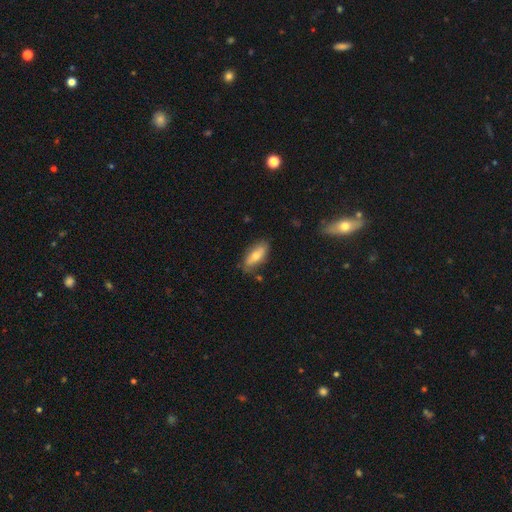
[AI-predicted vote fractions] Overall: smooth (60%; featured or disk 33%). How rounded: in between (75%). Merging: none (76%).